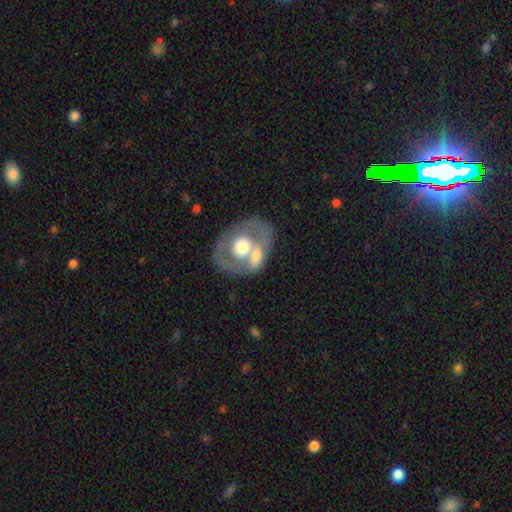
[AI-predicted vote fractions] Morphology: type=featured or disk (53%); edge-on=no (93%); merging=none (45%).